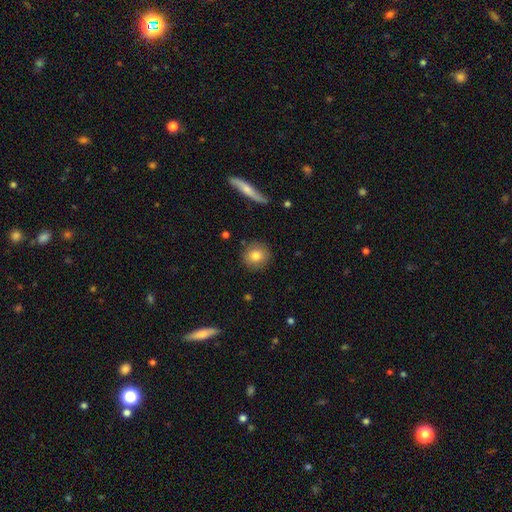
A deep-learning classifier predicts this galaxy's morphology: Smooth or featured?
  - smooth: 79% *
  - featured or disk: 13%
  - star or artifact: 8%
How rounded?
  - round: 89% *
  - in between: 10%
  - cigar-shaped: 1%
Merging?
  - none: 88% *
  - minor disturbance: 8%
  - major disturbance: 2%
  - merger: 2%